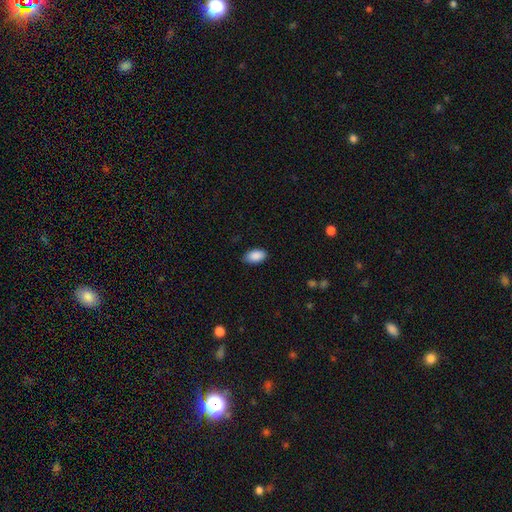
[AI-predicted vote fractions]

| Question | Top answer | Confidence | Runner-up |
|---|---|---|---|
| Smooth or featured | smooth | 90% | star or artifact (7%) |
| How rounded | in between | 94% | round (4%) |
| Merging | none | 85% | minor disturbance (12%) |